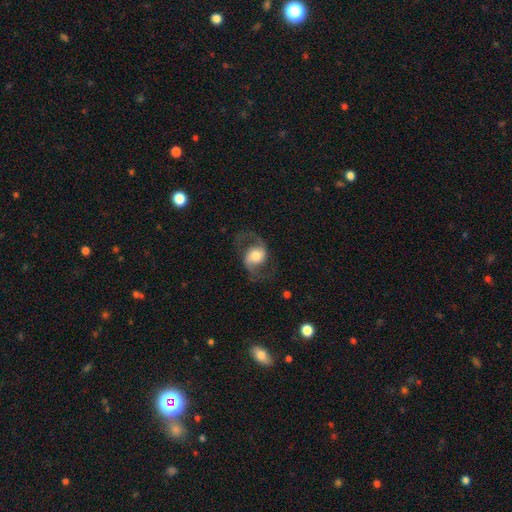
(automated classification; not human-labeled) featured or disk 82%, smooth 12%, star or artifact 6%. Down the decision tree: edge-on disk — no (97%); bar — no (46%); spiral arms — yes (94%); spiral arm count — 2 (93%); spiral winding — loose (48%); bulge size — moderate (52%); merging — none (74%).